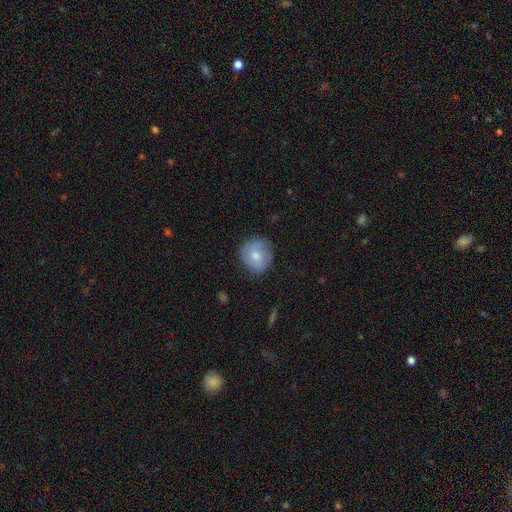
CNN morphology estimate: smooth_or_featured: smooth (p=0.64) [alt: featured or disk p=0.29]
how_rounded: round (p=0.79) [alt: in between p=0.20]
merging: none (p=0.77) [alt: minor disturbance p=0.17]